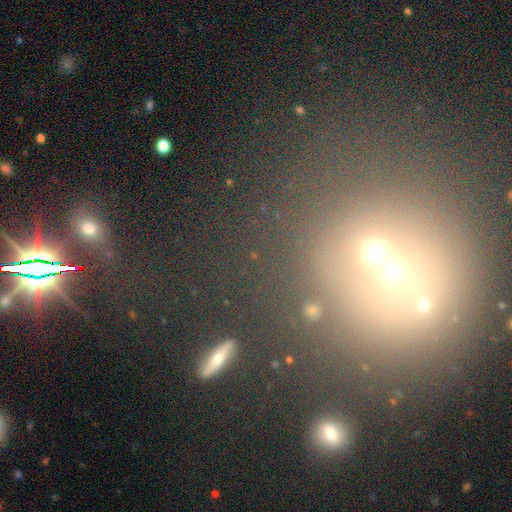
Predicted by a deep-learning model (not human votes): Smooth or featured? Predicted: smooth (p=0.43). Merging? Predicted: none (p=0.68).